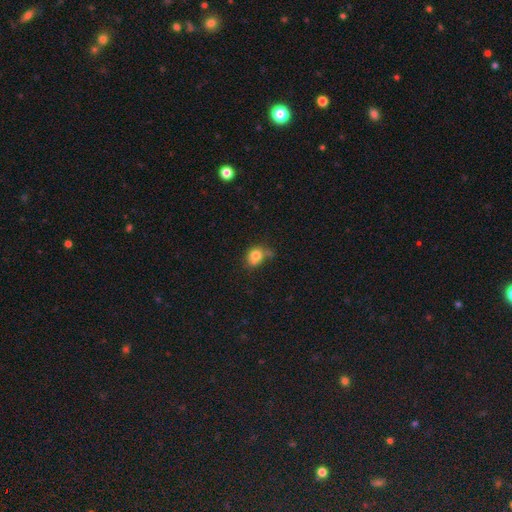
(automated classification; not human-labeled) This is likely a smooth galaxy (79%). How rounded: possibly round (54%). Merging: possibly none (47%).